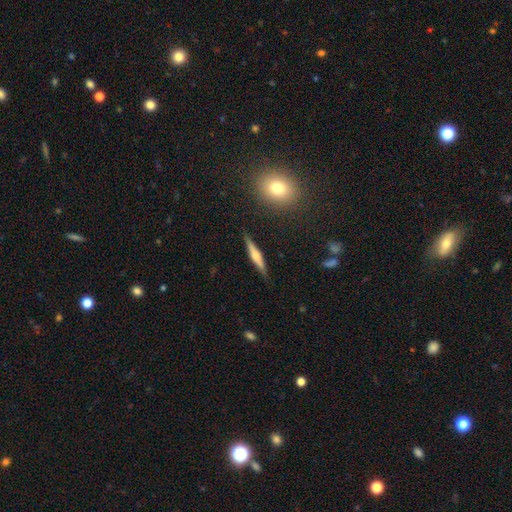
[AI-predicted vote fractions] smooth_or_featured: featured or disk (p=0.57) [alt: smooth p=0.36]
disk_edge_on: yes (p=0.96) [alt: no p=0.04]
edge_on_bulge: rounded (p=0.72) [alt: boxy p=0.15]
merging: none (p=0.88) [alt: minor disturbance p=0.09]